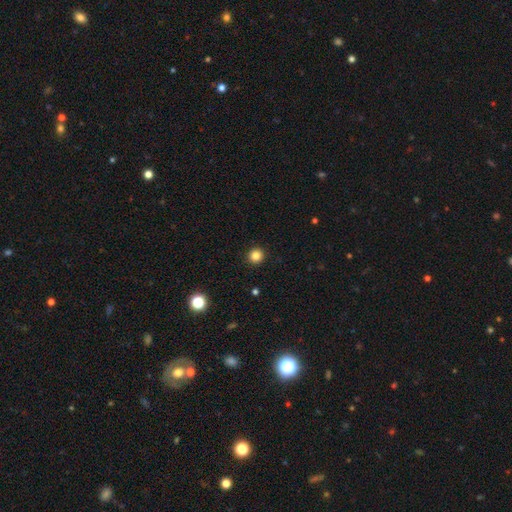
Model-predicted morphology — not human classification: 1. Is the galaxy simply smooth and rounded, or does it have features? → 84% smooth, 12% star or artifact, 4% featured or disk.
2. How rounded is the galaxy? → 93% round, 6% in between, 1% cigar-shaped.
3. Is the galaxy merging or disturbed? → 93% none, 4% minor disturbance, 2% major disturbance, 1% merger.